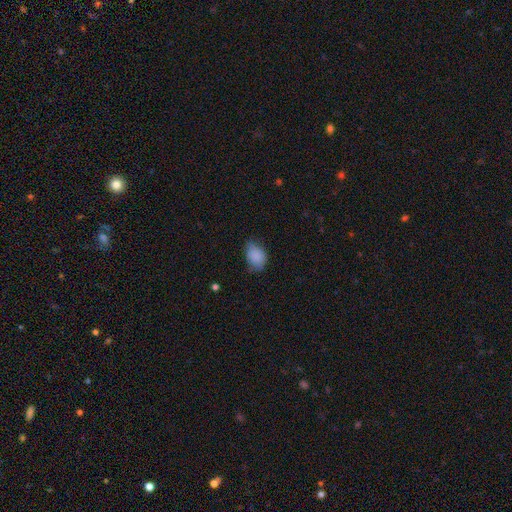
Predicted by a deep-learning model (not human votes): A smooth galaxy with no disk features (85%) that is in between round and cigar-shaped (72%).

Vote fractions:
- Smooth or featured? smooth: 85% / star or artifact: 8% / featured or disk: 6%
- How rounded? in between: 72% / round: 27% / cigar-shaped: 1%
- Merging? none: 56% / minor disturbance: 35% / major disturbance: 8% / merger: 1%